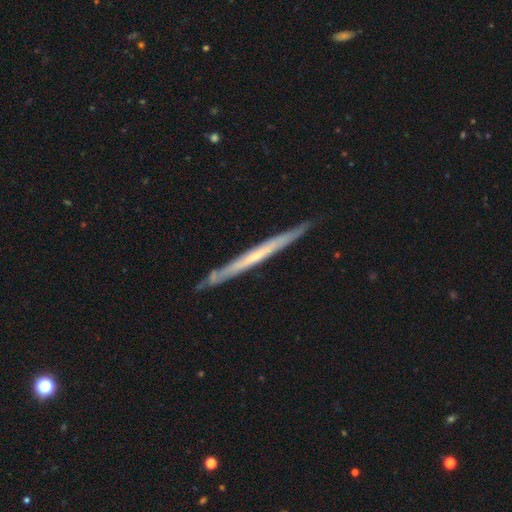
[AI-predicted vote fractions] Smooth or featured?
  - featured or disk: 69% *
  - smooth: 26%
  - star or artifact: 5%
Edge-on disk?
  - yes: 95% *
  - no: 5%
Edge-on bulge?
  - none: 72% *
  - rounded: 24%
  - boxy: 4%
Merging?
  - none: 87% *
  - minor disturbance: 10%
  - major disturbance: 2%
  - merger: 1%